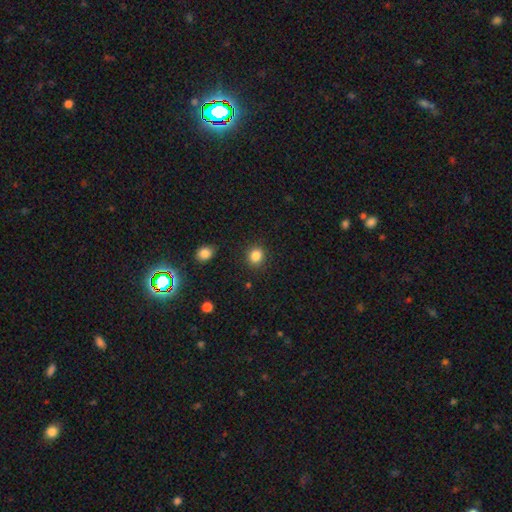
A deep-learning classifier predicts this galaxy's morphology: Smooth or featured? Predicted: smooth (p=0.85). How rounded? Predicted: round (p=0.76). Merging? Predicted: none (p=0.89).